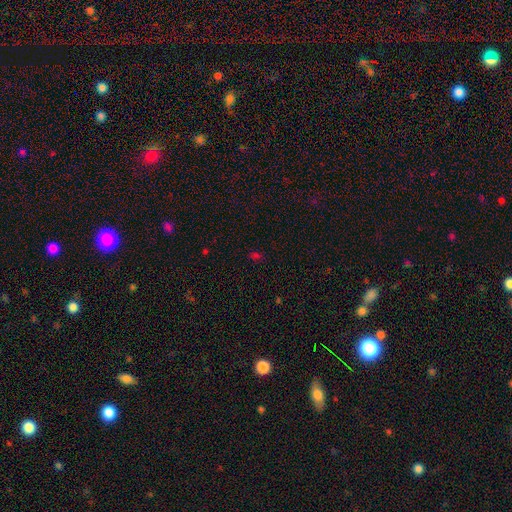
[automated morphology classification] Q: Smooth or featured?
A: smooth (50%); runner-up: star or artifact (43%)
Q: How rounded?
A: in between (71%); runner-up: round (25%)
Q: Merging?
A: none (78%); runner-up: minor disturbance (13%)